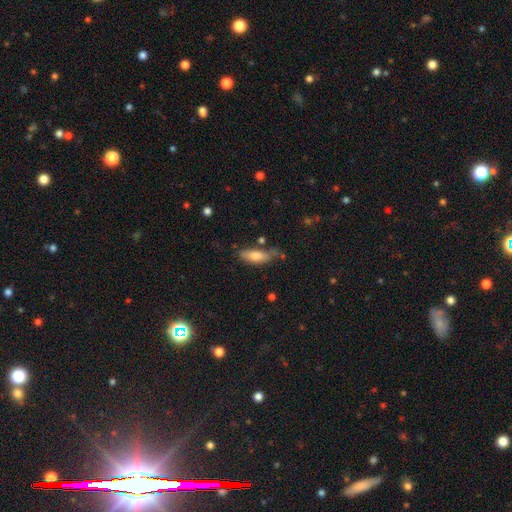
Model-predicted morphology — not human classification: Q: Smooth or featured?
A: smooth (73%); runner-up: featured or disk (20%)
Q: How rounded?
A: in between (59%); runner-up: cigar-shaped (39%)
Q: Merging?
A: none (58%); runner-up: minor disturbance (27%)